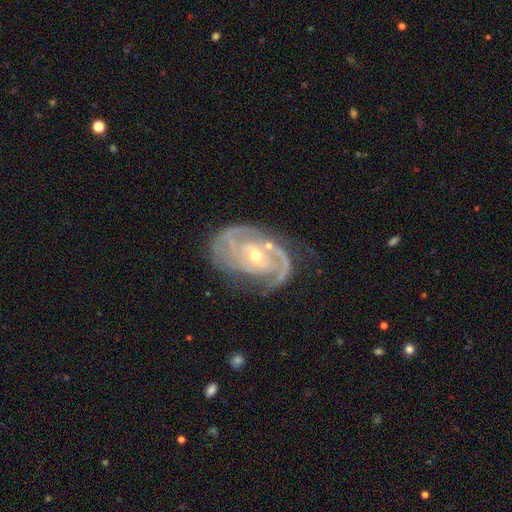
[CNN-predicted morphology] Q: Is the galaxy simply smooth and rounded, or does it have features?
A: featured or disk — 89%.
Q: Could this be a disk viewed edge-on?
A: no — 97%.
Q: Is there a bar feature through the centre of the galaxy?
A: weak — 44%.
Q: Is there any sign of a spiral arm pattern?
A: yes — 96%.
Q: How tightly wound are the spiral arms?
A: tight — 51%.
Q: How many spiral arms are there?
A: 2 — 49%.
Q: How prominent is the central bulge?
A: small — 54%.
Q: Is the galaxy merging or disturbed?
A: none — 59%.